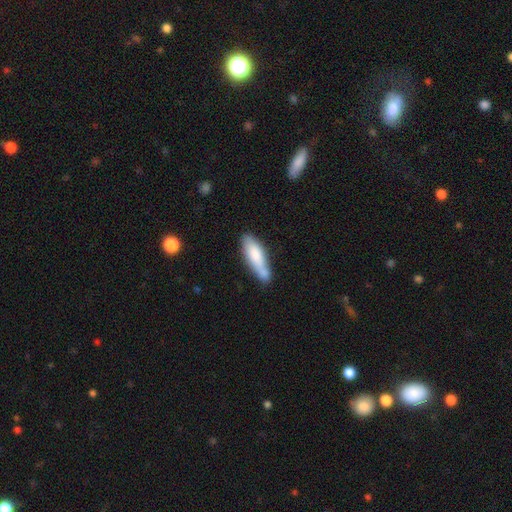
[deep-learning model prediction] A smooth galaxy with no disk features (74%) that is cigar-shaped (55%).

Vote fractions:
- Smooth or featured? smooth: 74% / featured or disk: 21% / star or artifact: 6%
- How rounded? cigar-shaped: 55% / in between: 44% / round: 2%
- Merging? none: 58% / minor disturbance: 24% / merger: 13% / major disturbance: 5%